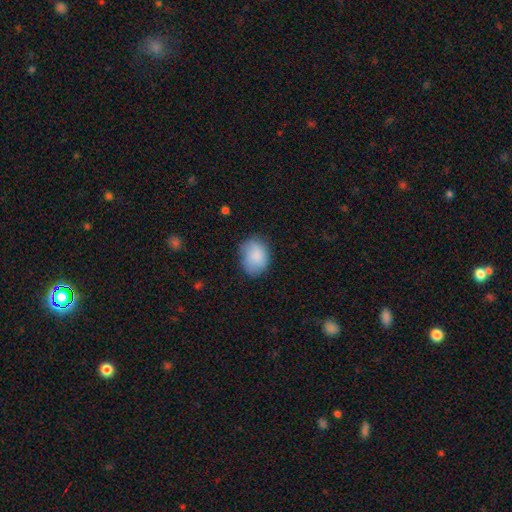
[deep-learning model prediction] Smooth or featured? smooth (86%)
How rounded? in between (58%)
Merging? none (70%)